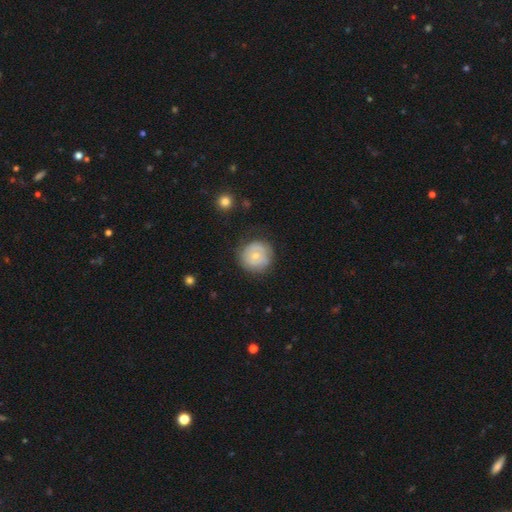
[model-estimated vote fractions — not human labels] smooth-or-featured: featured or disk: 47% | smooth: 46% | star or artifact: 7%
  merging: none: 76% | minor disturbance: 17% | major disturbance: 6% | merger: 1%